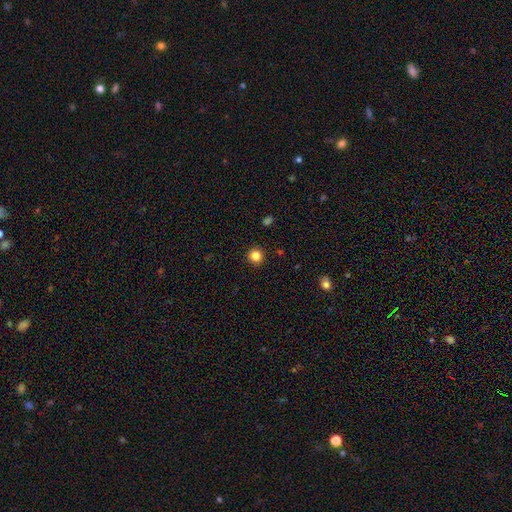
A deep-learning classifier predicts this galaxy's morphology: Smooth or featured? Predicted: smooth (p=0.84). How rounded? Predicted: round (p=0.94). Merging? Predicted: none (p=0.93).